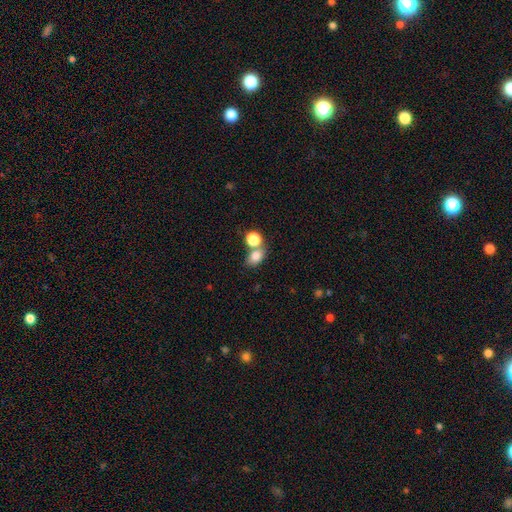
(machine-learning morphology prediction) smooth 80%, star or artifact 11%, featured or disk 9%. Down the decision tree: how rounded — in between (67%); merging — none (46%).